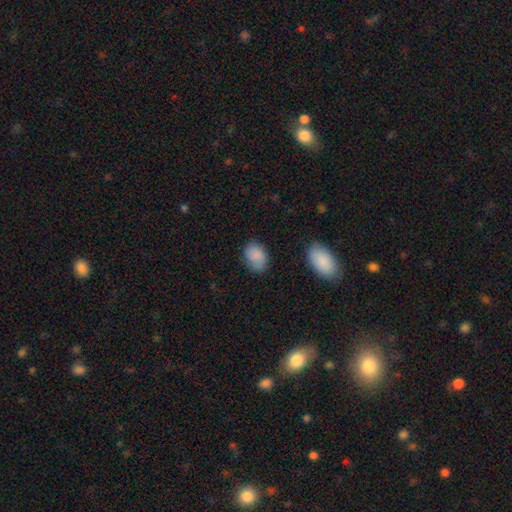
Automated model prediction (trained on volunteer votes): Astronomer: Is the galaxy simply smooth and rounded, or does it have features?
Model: smooth — 86%.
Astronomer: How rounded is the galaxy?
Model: in between — 80%.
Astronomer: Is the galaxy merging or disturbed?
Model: none — 73%.